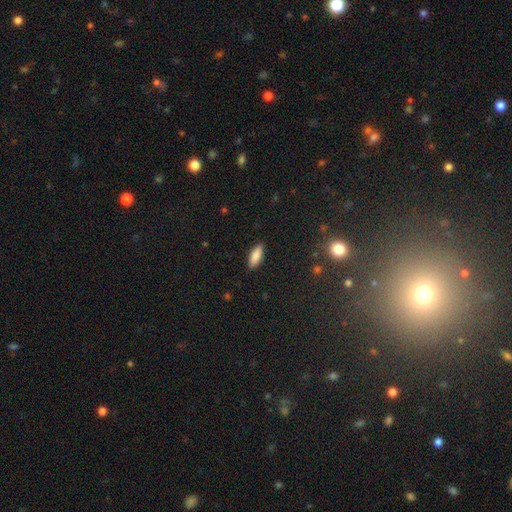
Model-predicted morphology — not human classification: The model was most divided on "how rounded": in between: 73%, cigar-shaped: 26%, round: 2%. More confident: merging — none (89%); smooth or featured — smooth (87%).